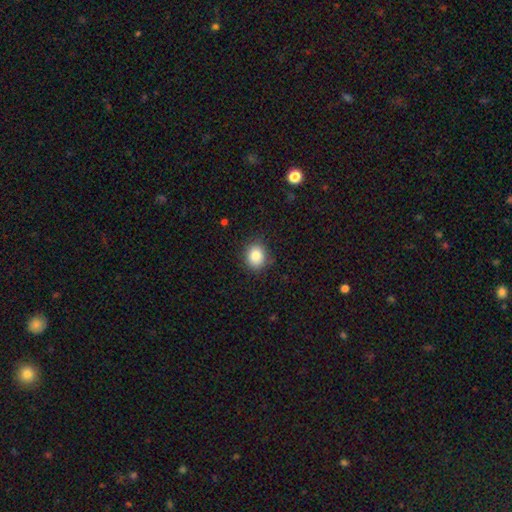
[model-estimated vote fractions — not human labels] Overall: smooth (85%). How rounded: round (65%; in between 34%). Merging: none (85%).